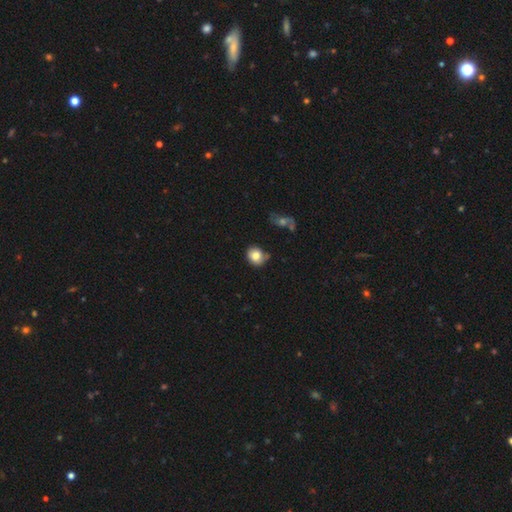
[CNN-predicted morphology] Smooth or featured?
  - smooth: 79% *
  - featured or disk: 12%
  - star or artifact: 9%
How rounded?
  - round: 69% *
  - in between: 30%
  - cigar-shaped: 1%
Merging?
  - none: 62% *
  - minor disturbance: 26%
  - major disturbance: 6%
  - merger: 6%